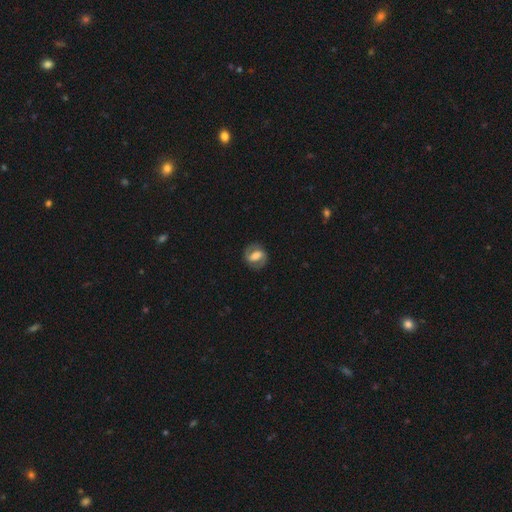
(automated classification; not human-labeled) smooth_or_featured: featured or disk (p=0.68) [alt: smooth p=0.26]
disk_edge_on: no (p=0.96) [alt: yes p=0.04]
bar: strong (p=0.44) [alt: weak p=0.38]
has_spiral_arms: yes (p=0.85) [alt: no p=0.15]
spiral_winding: medium (p=0.48) [alt: tight p=0.32]
spiral_arm_count: 2 (p=0.89) [alt: can't tell p=0.05]
bulge_size: moderate (p=0.40) [alt: large p=0.31]
merging: none (p=0.82) [alt: minor disturbance p=0.12]